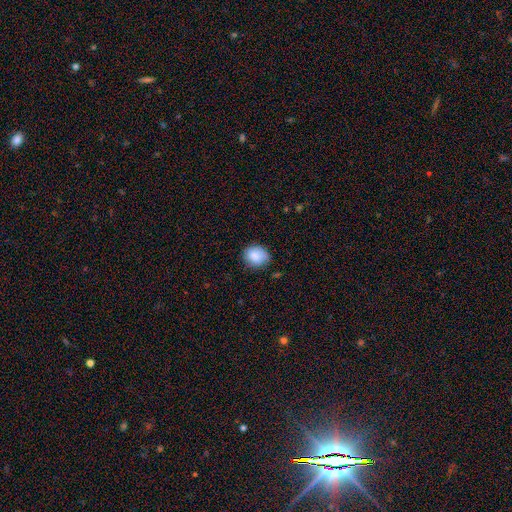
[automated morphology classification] Q: Smooth or featured?
A: smooth (85%); runner-up: star or artifact (8%)
Q: How rounded?
A: round (54%); runner-up: in between (46%)
Q: Merging?
A: none (74%); runner-up: minor disturbance (21%)